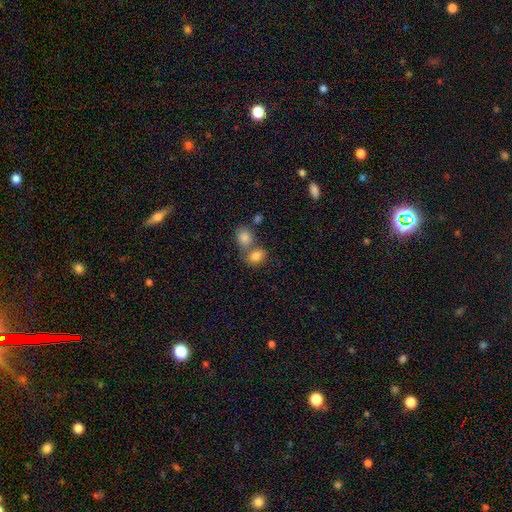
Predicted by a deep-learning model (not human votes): smooth_or_featured: smooth (p=0.81) [alt: star or artifact p=0.10]
how_rounded: in between (p=0.61) [alt: round p=0.38]
merging: merger (p=0.46) [alt: none p=0.41]